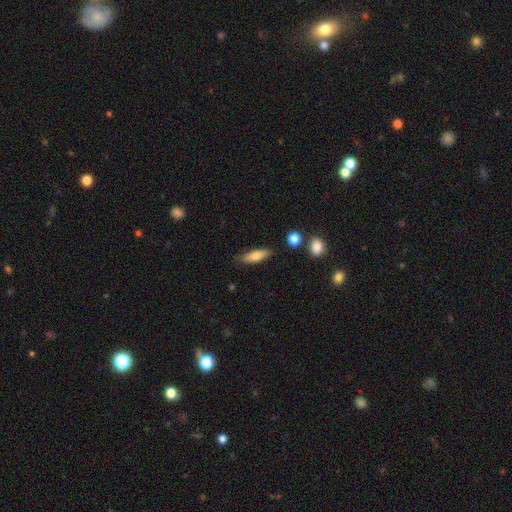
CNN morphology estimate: type=smooth (70%); roundness=cigar-shaped (53%); merging=none (82%).